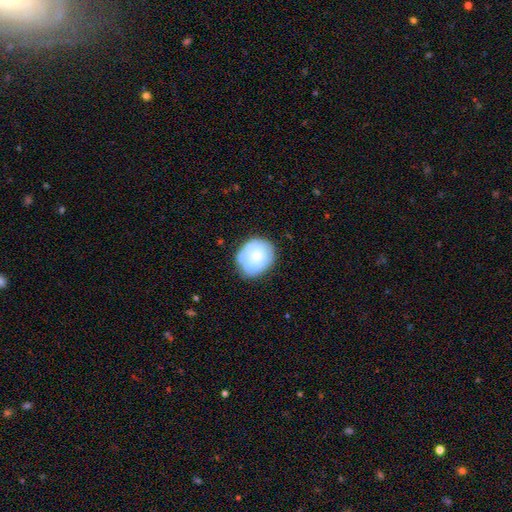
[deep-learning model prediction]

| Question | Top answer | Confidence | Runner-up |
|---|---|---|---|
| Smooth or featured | featured or disk | 49% | smooth (44%) |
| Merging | none | 60% | minor disturbance (24%) |